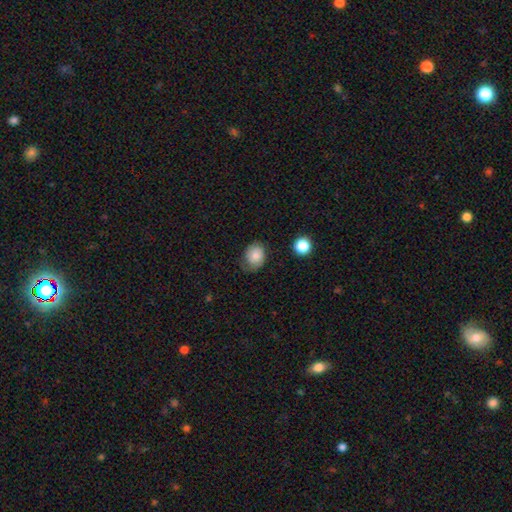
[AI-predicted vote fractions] A smooth galaxy with no disk features (74%) that is in between round and cigar-shaped (50%). Merging: none (61%).